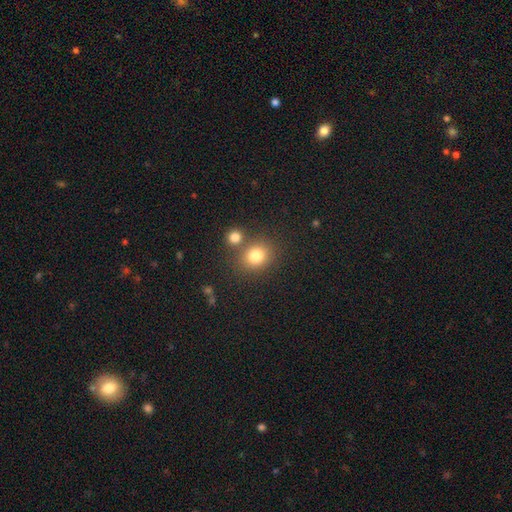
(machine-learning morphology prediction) Smooth or featured? smooth (79%)
How rounded? round (74%)
Merging? none (69%)